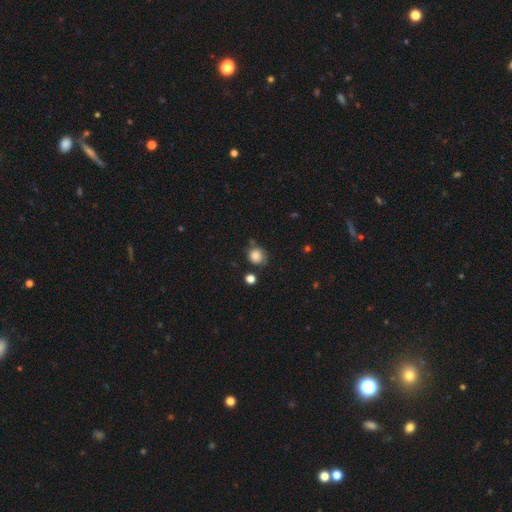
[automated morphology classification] smooth 80%, star or artifact 11%, featured or disk 10%. Down the decision tree: how rounded — round (82%); merging — none (66%).